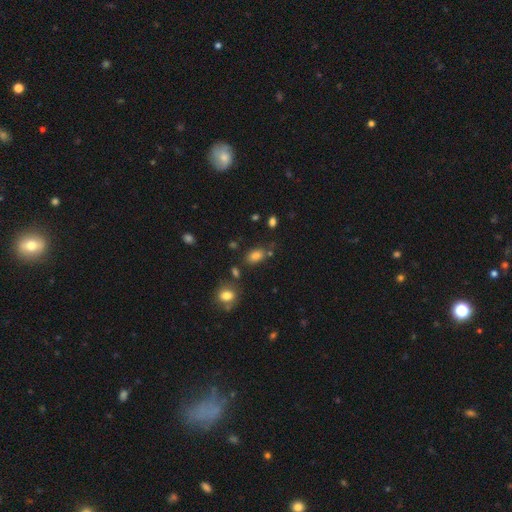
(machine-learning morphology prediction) Overall: smooth (80%). How rounded: in between (84%). Merging: none (71%).